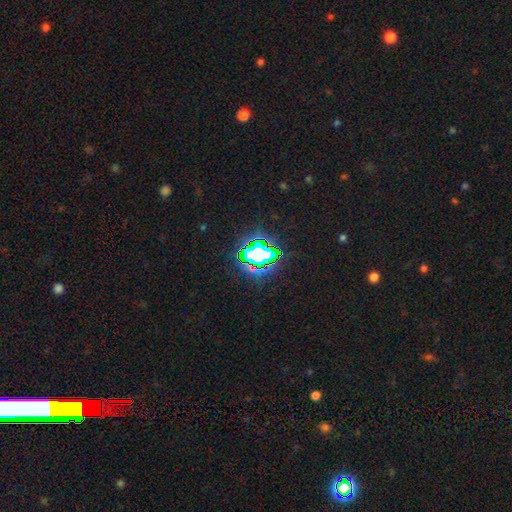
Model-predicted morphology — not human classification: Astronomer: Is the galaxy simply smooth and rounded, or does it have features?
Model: star or artifact — 67%.